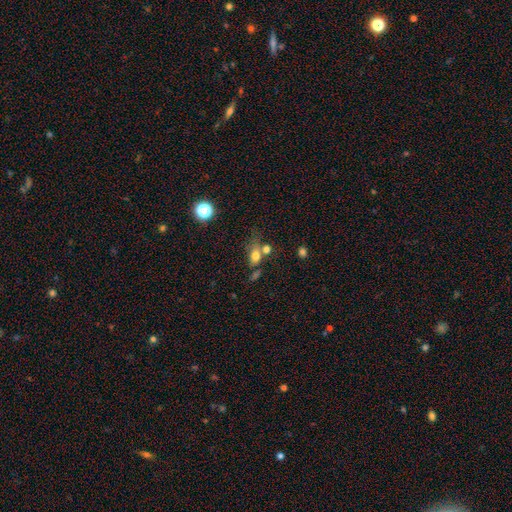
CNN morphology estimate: This is likely a smooth galaxy (72%). How rounded: likely in between (66%). Merging: marginally none (39%).